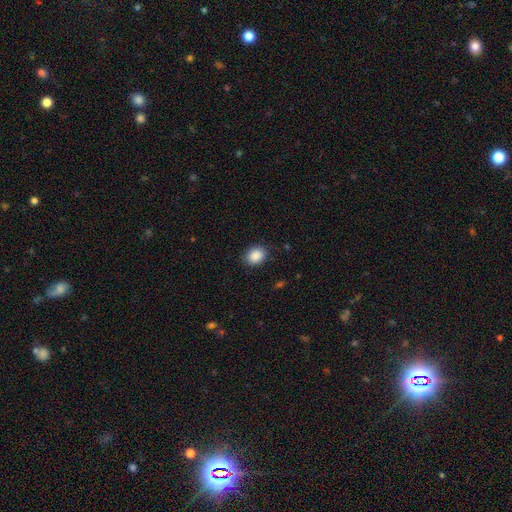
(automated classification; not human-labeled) smooth_or_featured: smooth (p=0.89) [alt: star or artifact p=0.08]
how_rounded: in between (p=0.54) [alt: round p=0.46]
merging: none (p=0.85) [alt: minor disturbance p=0.11]